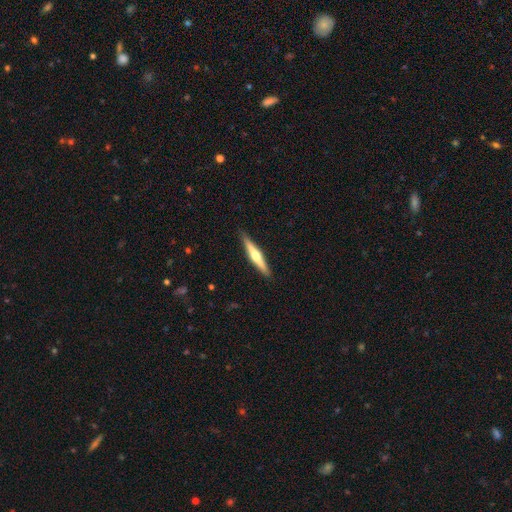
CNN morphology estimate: smooth_or_featured: featured or disk (p=0.61) [alt: smooth p=0.34]
disk_edge_on: yes (p=0.97) [alt: no p=0.03]
edge_on_bulge: rounded (p=0.89) [alt: none p=0.07]
merging: none (p=0.90) [alt: minor disturbance p=0.08]